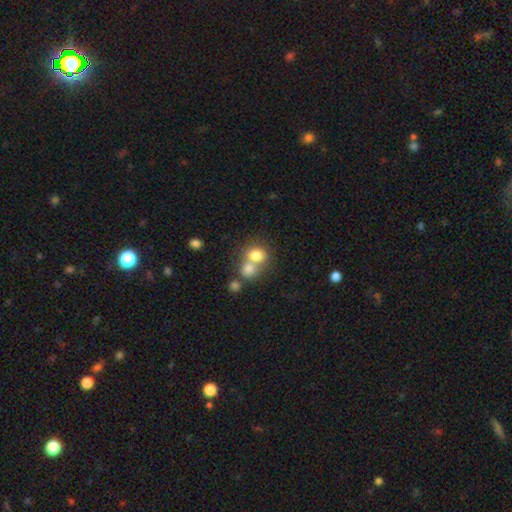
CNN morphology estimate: The model was most divided on "merging": merger: 51%, none: 38%, minor disturbance: 7%, major disturbance: 4%. More confident: smooth or featured — smooth (76%); how rounded — round (73%).